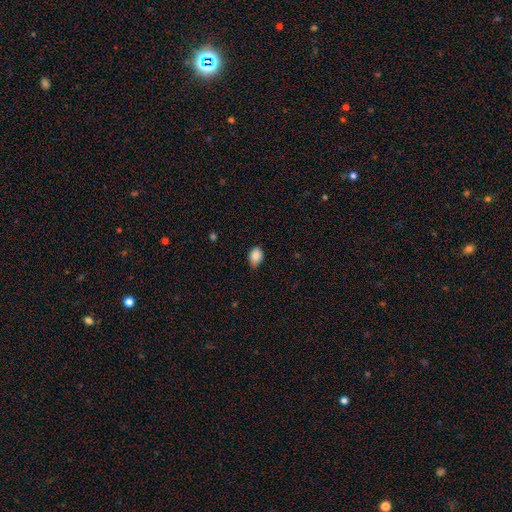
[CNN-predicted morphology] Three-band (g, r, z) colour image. It shows a smooth galaxy with no disk features (87%) that is in between round and cigar-shaped (75%). Merging: none (72%).